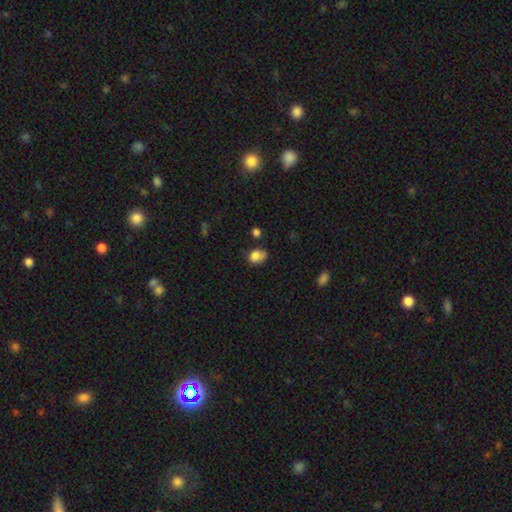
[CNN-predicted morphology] A smooth galaxy with no disk features (77%) that is in between round and cigar-shaped (54%). Merging: none (39%).